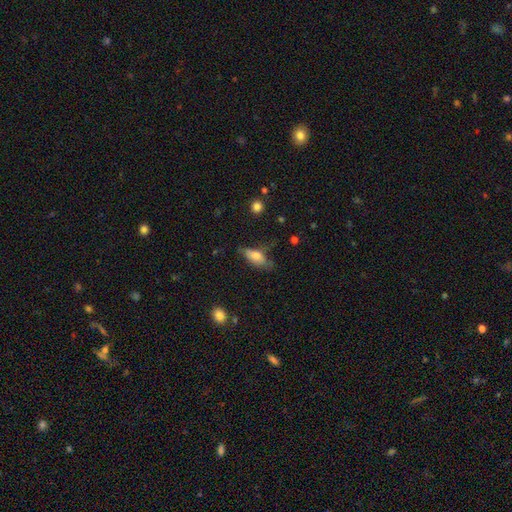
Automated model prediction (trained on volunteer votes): smooth-or-featured: smooth: 68% | featured or disk: 24% | star or artifact: 8%
  how-rounded: in between: 75% | cigar-shaped: 22% | round: 3%
  merging: none: 54% | minor disturbance: 31% | major disturbance: 12% | merger: 3%